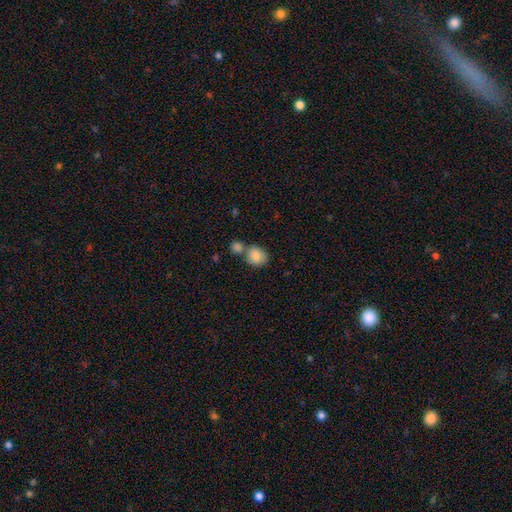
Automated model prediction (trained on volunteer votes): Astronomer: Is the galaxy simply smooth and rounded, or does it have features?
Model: smooth — 85%.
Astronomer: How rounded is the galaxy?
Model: round — 58% (runner-up: in between, 41%).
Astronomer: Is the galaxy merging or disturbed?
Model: none — 47% (runner-up: merger, 37%).